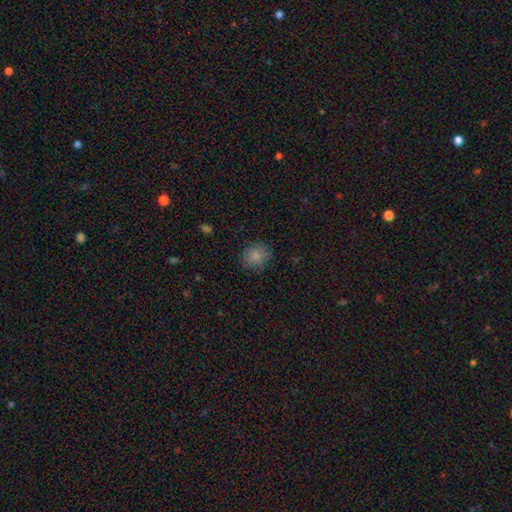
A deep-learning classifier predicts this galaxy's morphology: type=smooth (84%); roundness=round (81%); merging=none (85%).